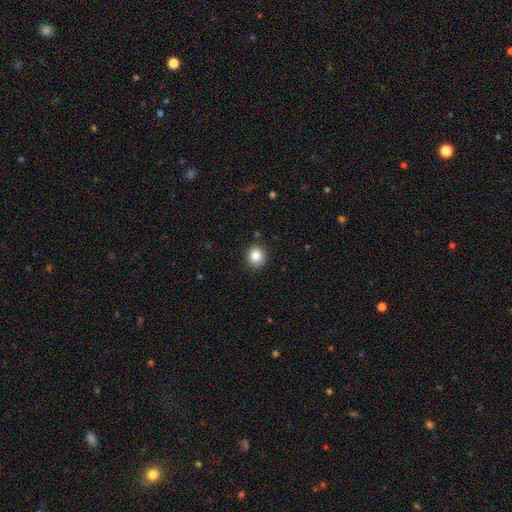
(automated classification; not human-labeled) Smooth or featured?
  - smooth: 84% *
  - star or artifact: 10%
  - featured or disk: 6%
How rounded?
  - round: 83% *
  - in between: 17%
  - cigar-shaped: 1%
Merging?
  - none: 89% *
  - minor disturbance: 7%
  - major disturbance: 2%
  - merger: 1%